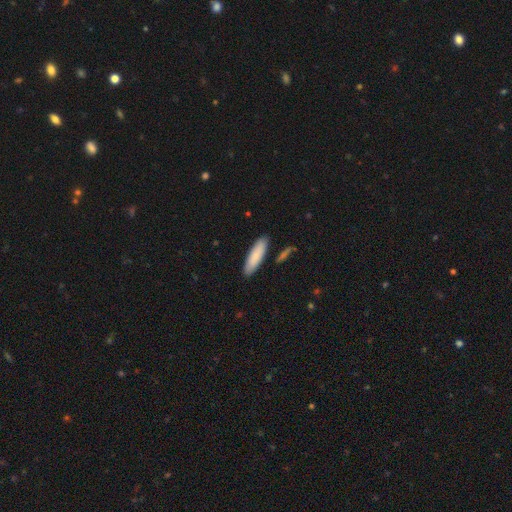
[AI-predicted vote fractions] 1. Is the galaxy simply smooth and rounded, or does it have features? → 82% smooth, 12% featured or disk, 5% star or artifact.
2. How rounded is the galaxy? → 58% cigar-shaped, 40% in between, 2% round.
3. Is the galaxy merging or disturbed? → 87% none, 9% minor disturbance, 3% merger, 2% major disturbance.